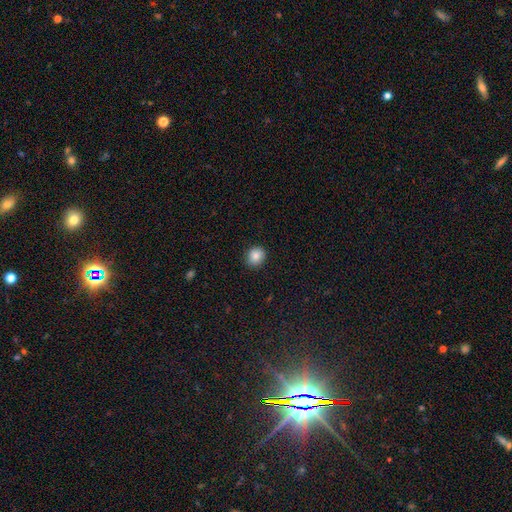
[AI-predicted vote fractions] Overall: smooth (86%). How rounded: round (75%). Merging: none (88%).